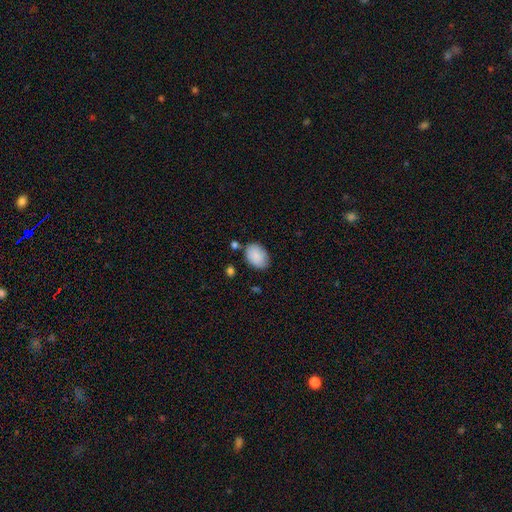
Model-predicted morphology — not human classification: Overall: smooth (88%). How rounded: in between (82%). Merging: none (72%).